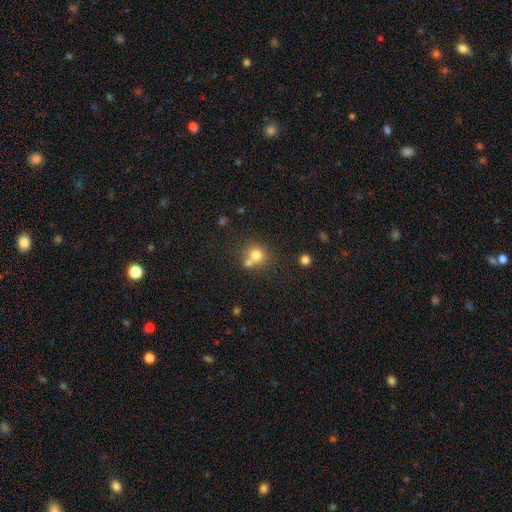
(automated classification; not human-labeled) Overall: smooth (75%). How rounded: round (83%). Merging: none (51%; merger 36%).